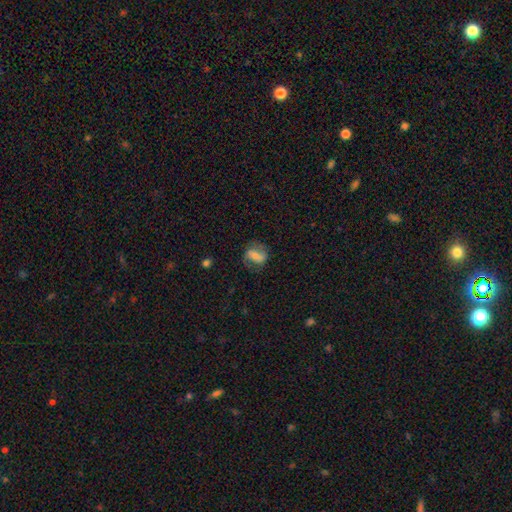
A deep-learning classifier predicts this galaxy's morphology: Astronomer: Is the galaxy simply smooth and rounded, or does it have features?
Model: smooth — 49% (runner-up: featured or disk, 41%).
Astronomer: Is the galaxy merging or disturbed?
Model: none — 63%.